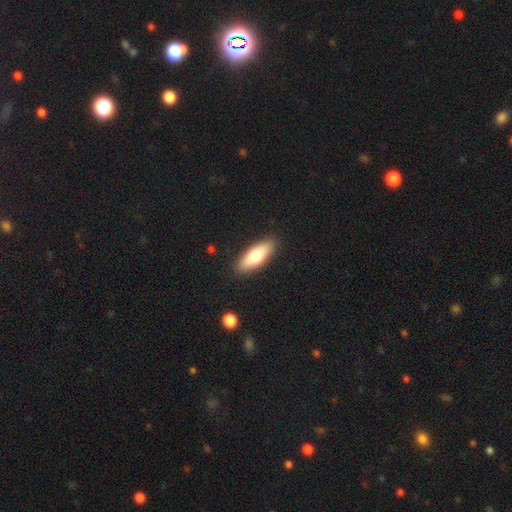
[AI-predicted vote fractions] Smooth or featured?
  - smooth: 70% *
  - featured or disk: 24%
  - star or artifact: 6%
How rounded?
  - in between: 62% *
  - cigar-shaped: 36%
  - round: 2%
Merging?
  - none: 88% *
  - minor disturbance: 9%
  - major disturbance: 2%
  - merger: 1%